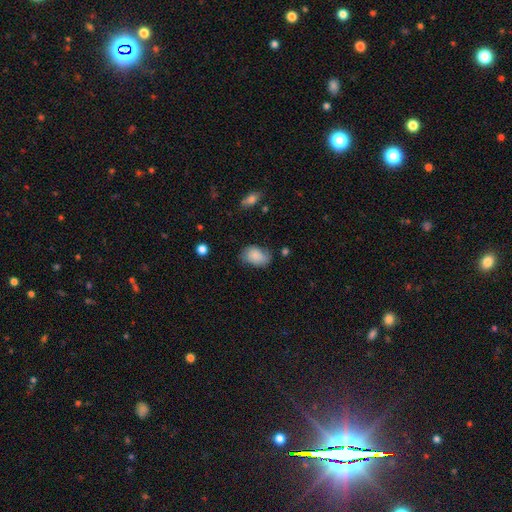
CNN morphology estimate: This appears to be a smooth galaxy with no disk features (82%) that is in between round and cigar-shaped (85%). Merging: none (61%).